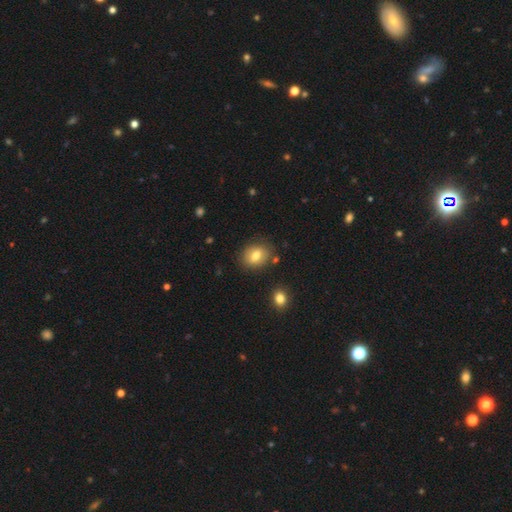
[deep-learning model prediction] smooth 76%, featured or disk 14%, star or artifact 10%. Down the decision tree: how rounded — in between (52%); merging — none (81%).